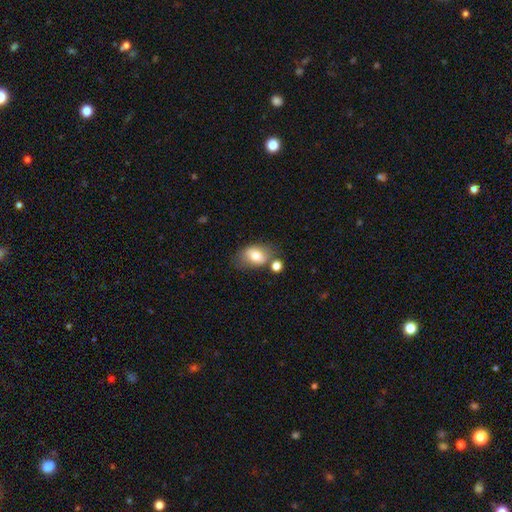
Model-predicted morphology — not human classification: Q: Smooth or featured?
A: smooth (72%); runner-up: featured or disk (19%)
Q: How rounded?
A: in between (81%); runner-up: round (18%)
Q: Merging?
A: none (57%); runner-up: minor disturbance (19%)